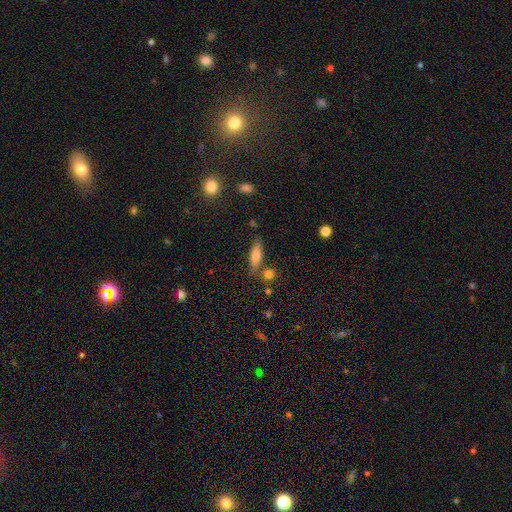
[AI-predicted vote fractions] A smooth galaxy with no disk features (69%) that is in between round and cigar-shaped (50%). Merging: none (72%).